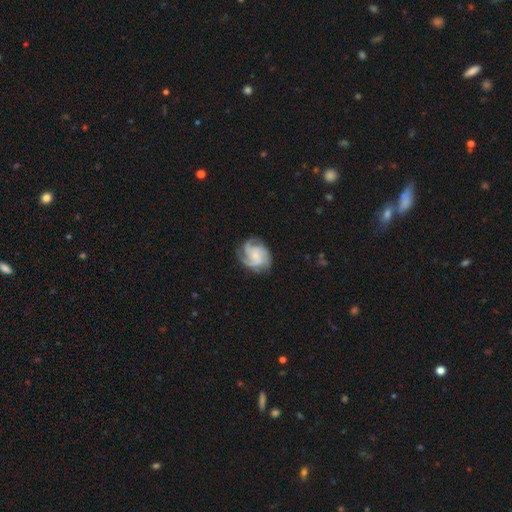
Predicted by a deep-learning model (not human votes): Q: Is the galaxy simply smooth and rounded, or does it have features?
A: featured or disk — 87%.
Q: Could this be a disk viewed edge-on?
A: no — 98%.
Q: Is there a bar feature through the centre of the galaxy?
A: no — 70%.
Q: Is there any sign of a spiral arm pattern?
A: yes — 98%.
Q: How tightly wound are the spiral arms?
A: tight — 49%.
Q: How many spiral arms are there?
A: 3 — 58%.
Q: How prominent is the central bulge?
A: small — 67%.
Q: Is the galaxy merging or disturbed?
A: none — 77%.